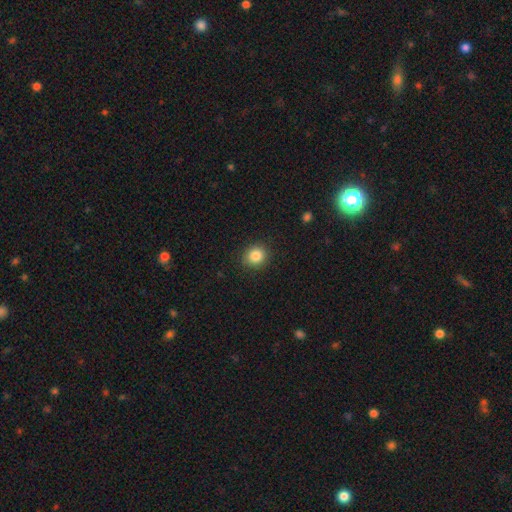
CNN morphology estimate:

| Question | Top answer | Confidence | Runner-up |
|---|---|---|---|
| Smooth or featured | smooth | 85% | star or artifact (10%) |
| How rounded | round | 84% | in between (15%) |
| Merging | none | 89% | minor disturbance (8%) |